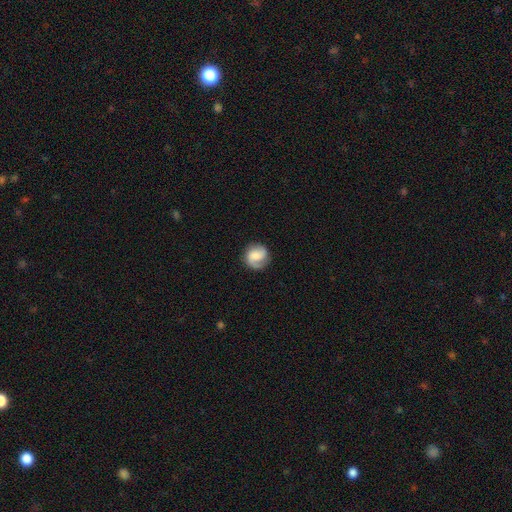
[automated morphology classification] Smooth or featured: featured or disk — 50% (smooth — 42%)
Edge-on disk: no — 98% (yes — 2%)
Merging: none — 77% (minor disturbance — 15%)